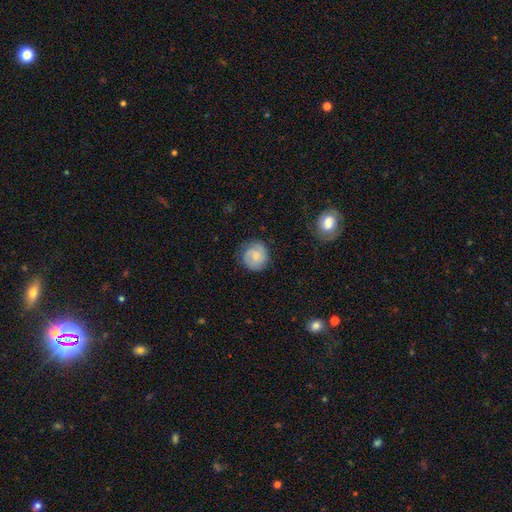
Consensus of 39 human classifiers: A smooth galaxy with no disk features (56%) that is round (100%).

Vote fractions:
- Smooth or featured? smooth: 56% / featured or disk: 38% / star or artifact: 5%
- How rounded? round: 100% / in between: 0% / cigar-shaped: 0%
- Merging? none: 73% / minor disturbance: 16% / major disturbance: 11% / merger: 0%